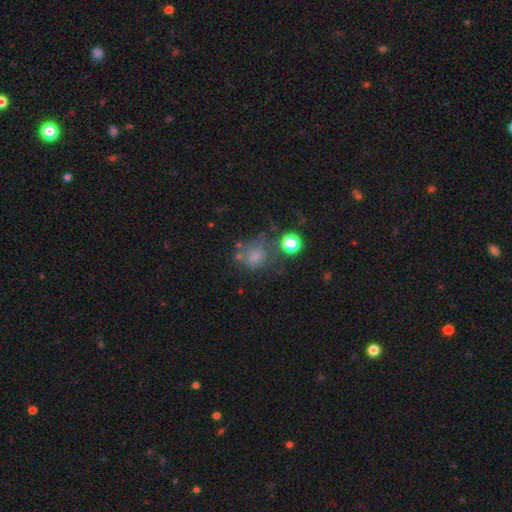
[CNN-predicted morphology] Q: Smooth or featured?
A: smooth (69%); runner-up: star or artifact (17%)
Q: How rounded?
A: round (67%); runner-up: in between (32%)
Q: Merging?
A: none (50%); runner-up: minor disturbance (20%)